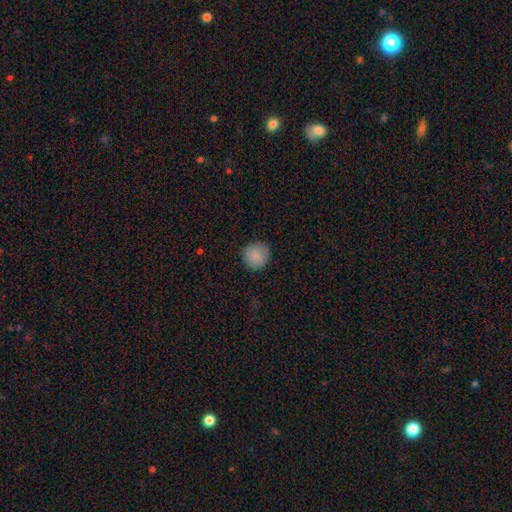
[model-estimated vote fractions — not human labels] A smooth galaxy with no disk features (87%) that is round (94%).

Vote fractions:
- Smooth or featured? smooth: 87% / star or artifact: 8% / featured or disk: 5%
- How rounded? round: 94% / in between: 5% / cigar-shaped: 1%
- Merging? none: 89% / minor disturbance: 8% / major disturbance: 2% / merger: 1%